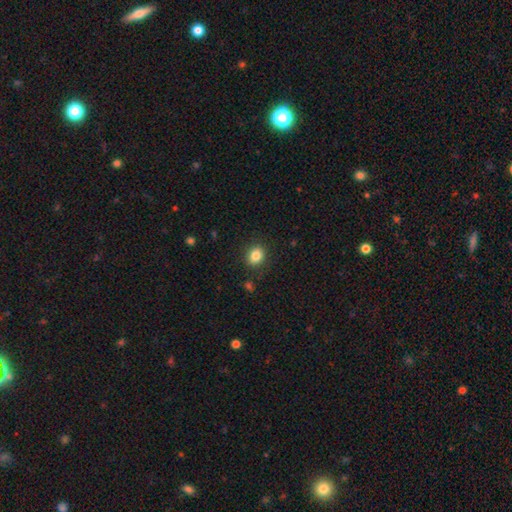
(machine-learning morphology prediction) A smooth galaxy with no disk features (83%) that is round (53%).

Vote fractions:
- Smooth or featured? smooth: 83% / star or artifact: 10% / featured or disk: 6%
- How rounded? round: 53% / in between: 47% / cigar-shaped: 1%
- Merging? none: 87% / minor disturbance: 9% / major disturbance: 3% / merger: 1%